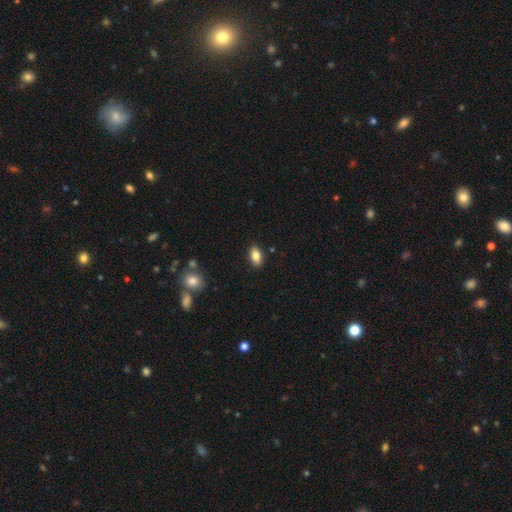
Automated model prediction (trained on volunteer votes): Morphology: type=smooth (80%); roundness=in between (89%); merging=none (88%).